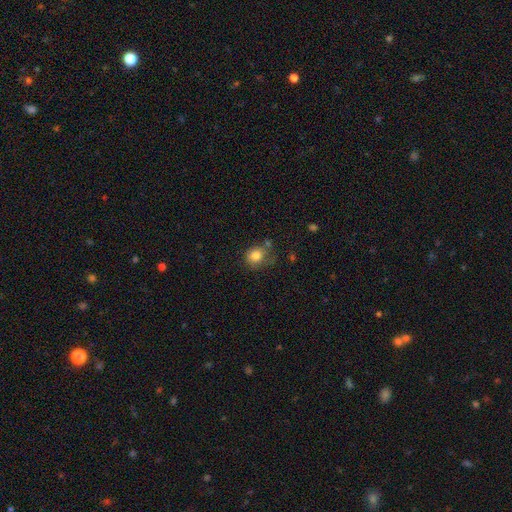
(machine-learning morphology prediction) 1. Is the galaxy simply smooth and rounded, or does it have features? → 82% smooth, 10% star or artifact, 8% featured or disk.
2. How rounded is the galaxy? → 75% round, 24% in between, 1% cigar-shaped.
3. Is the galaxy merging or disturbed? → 58% none, 25% minor disturbance, 10% major disturbance, 8% merger.